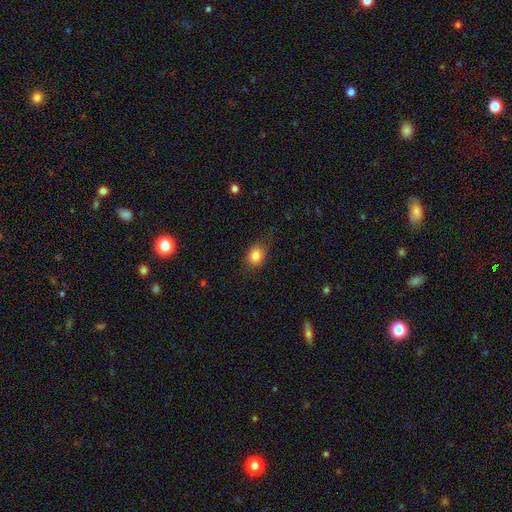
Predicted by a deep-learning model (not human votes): Smooth or featured? smooth (83%)
How rounded? round (53%)
Merging? none (70%)